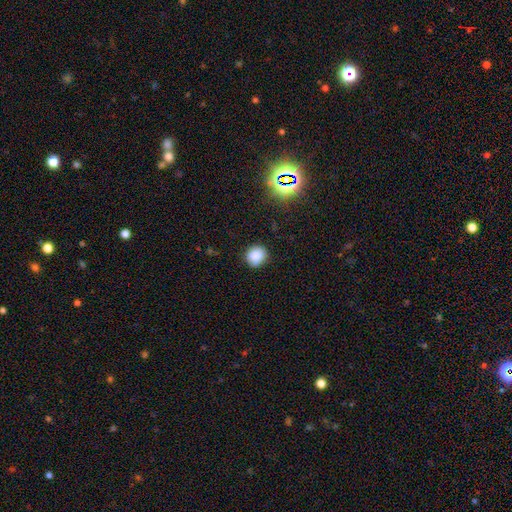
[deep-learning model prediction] A smooth galaxy with no disk features (84%) that is round (79%). Merging: none (83%).